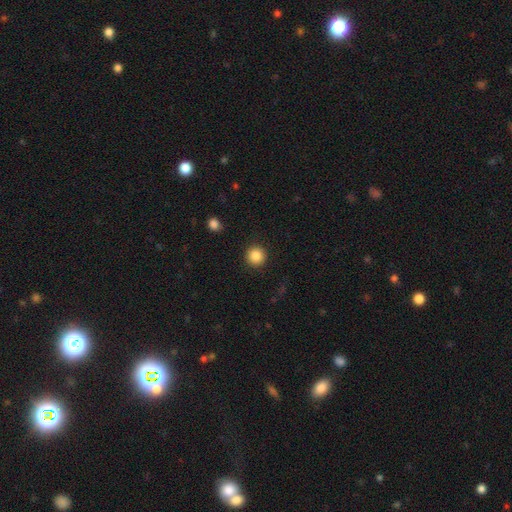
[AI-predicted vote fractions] A smooth galaxy with no disk features (86%) that is round (95%).

Vote fractions:
- Smooth or featured? smooth: 86% / star or artifact: 10% / featured or disk: 4%
- How rounded? round: 95% / in between: 4% / cigar-shaped: 1%
- Merging? none: 92% / minor disturbance: 5% / major disturbance: 2% / merger: 1%